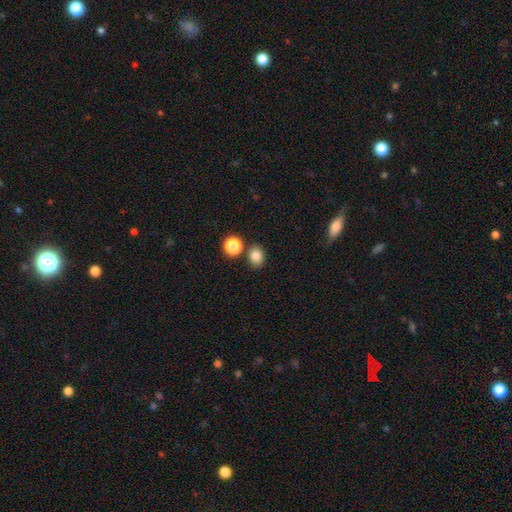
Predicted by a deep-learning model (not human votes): A smooth galaxy with no disk features (84%) that is round (50%). Merging: none (78%).